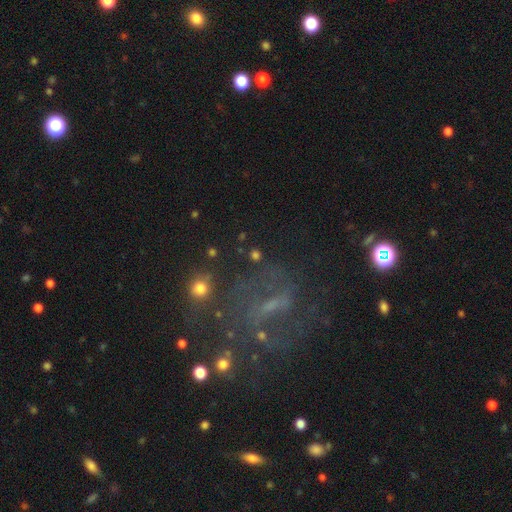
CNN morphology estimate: This is possibly a featured or disk galaxy (49%). Merging: likely none (61%).